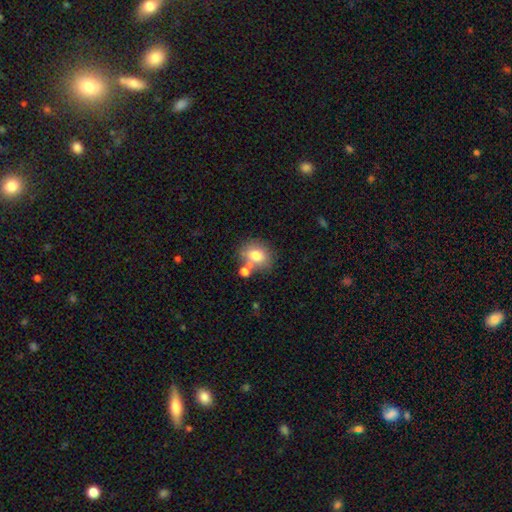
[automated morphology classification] Smooth or featured? smooth (76%)
How rounded? round (55%)
Merging? none (62%)